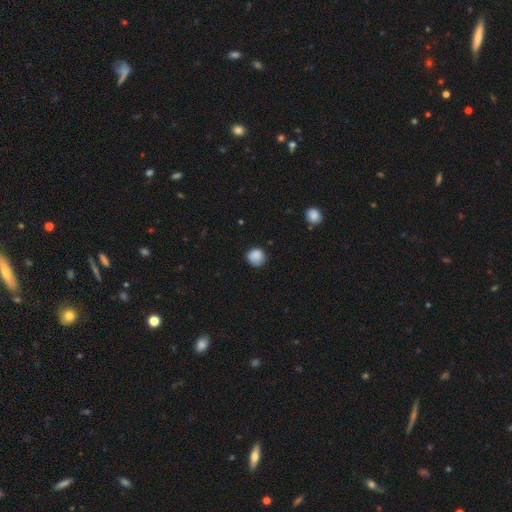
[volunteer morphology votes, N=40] smooth-or-featured: smooth: 90% | star or artifact: 8% | featured or disk: 2%
  how-rounded: round: 92% | in between: 8% | cigar-shaped: 0%
  merging: none: 81% | minor disturbance: 16% | major disturbance: 3% | merger: 0%